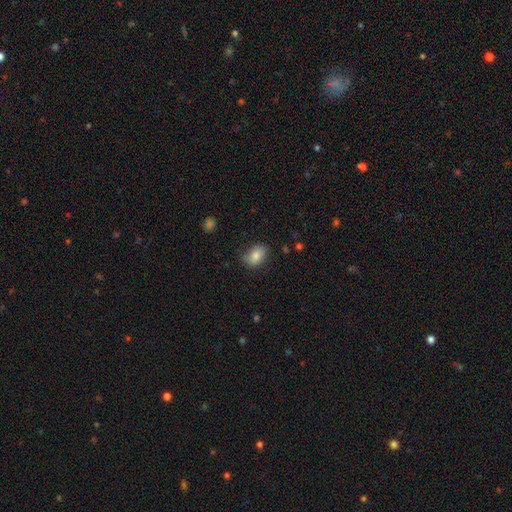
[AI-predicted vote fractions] This is likely a smooth galaxy (78%). How rounded: clearly in between (81%). Merging: likely none (67%).